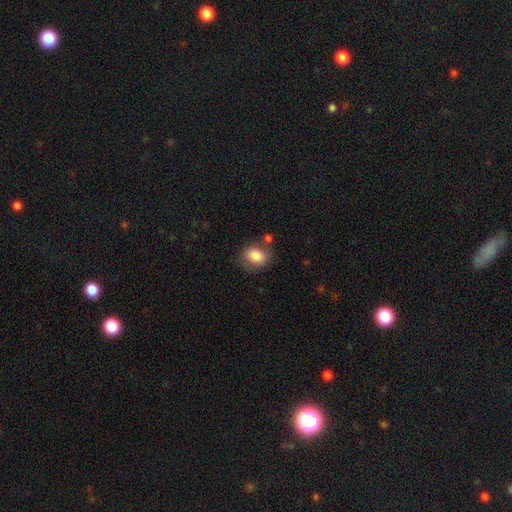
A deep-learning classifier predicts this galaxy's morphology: Smooth or featured? Predicted: smooth (p=0.84). How rounded? Predicted: in between (p=0.59). Merging? Predicted: none (p=0.67).